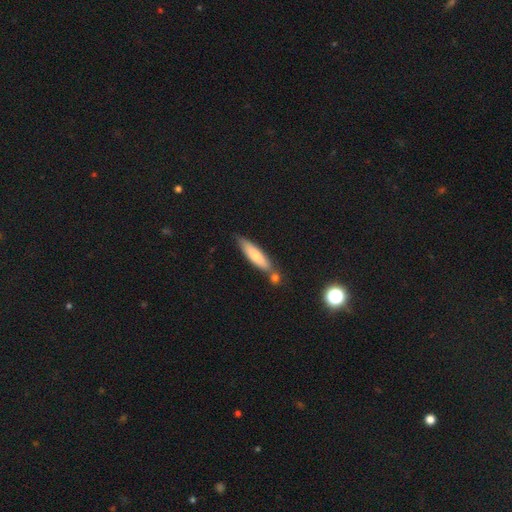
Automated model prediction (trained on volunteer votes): The model was most divided on "merging": none: 63%, merger: 21%, minor disturbance: 14%, major disturbance: 3%. More confident: how rounded — cigar-shaped (76%); smooth or featured — smooth (69%).